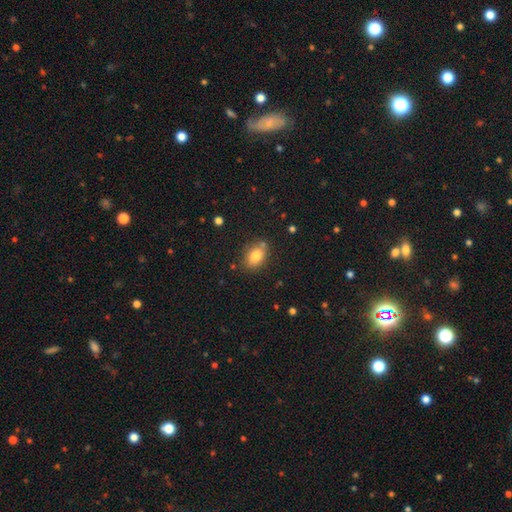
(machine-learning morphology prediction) smooth-or-featured: smooth: 80% | featured or disk: 10% | star or artifact: 10%
  how-rounded: in between: 75% | round: 23% | cigar-shaped: 2%
  merging: none: 75% | minor disturbance: 14% | merger: 7% | major disturbance: 3%